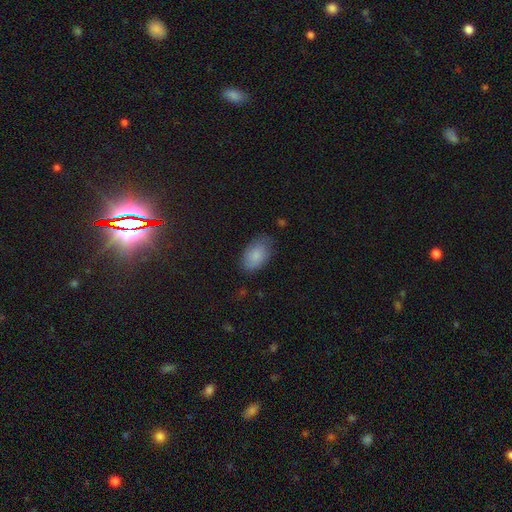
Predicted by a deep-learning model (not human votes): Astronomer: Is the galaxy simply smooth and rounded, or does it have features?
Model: smooth — 84%.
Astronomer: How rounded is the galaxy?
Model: in between — 92%.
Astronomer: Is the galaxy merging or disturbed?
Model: none — 73%.